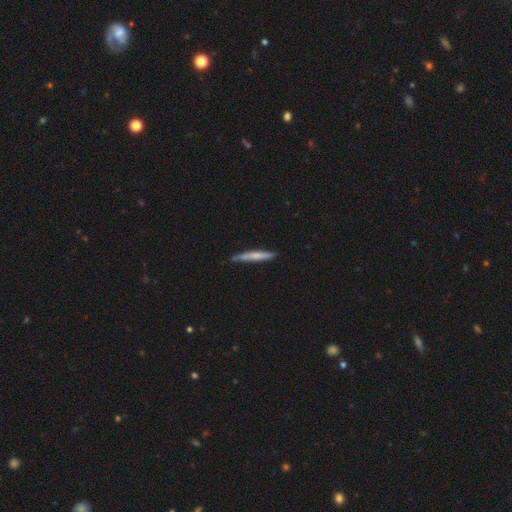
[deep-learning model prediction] The model was most divided on "smooth or featured": smooth: 62%, featured or disk: 33%, star or artifact: 5%. More confident: how rounded — cigar-shaped (96%); merging — none (79%).